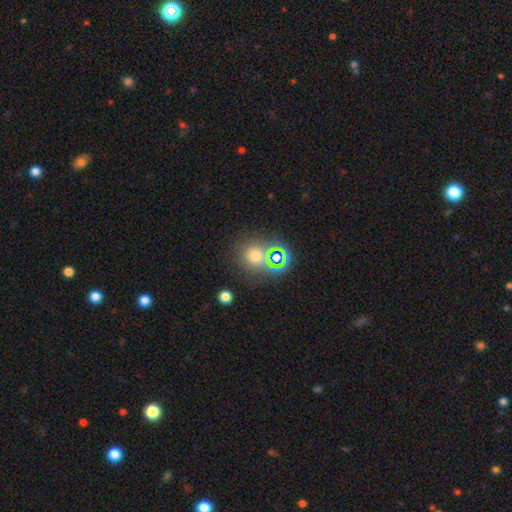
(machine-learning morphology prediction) A smooth galaxy with no disk features (61%) that is round (83%).

Vote fractions:
- Smooth or featured? smooth: 61% / star or artifact: 27% / featured or disk: 12%
- How rounded? round: 83% / in between: 16% / cigar-shaped: 1%
- Merging? none: 64% / merger: 18% / minor disturbance: 12% / major disturbance: 7%